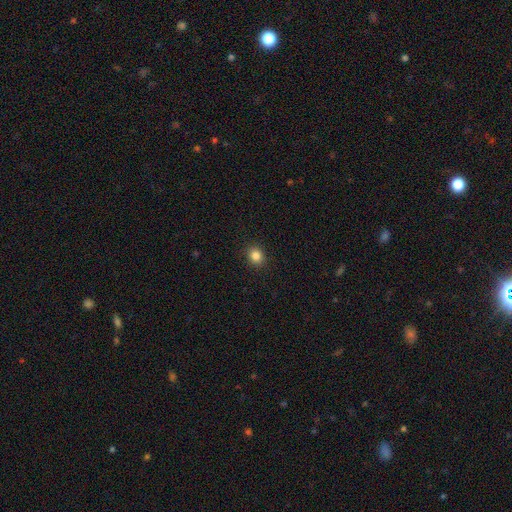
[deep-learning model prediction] Morphology: type=smooth (84%); roundness=round (78%); merging=none (91%).